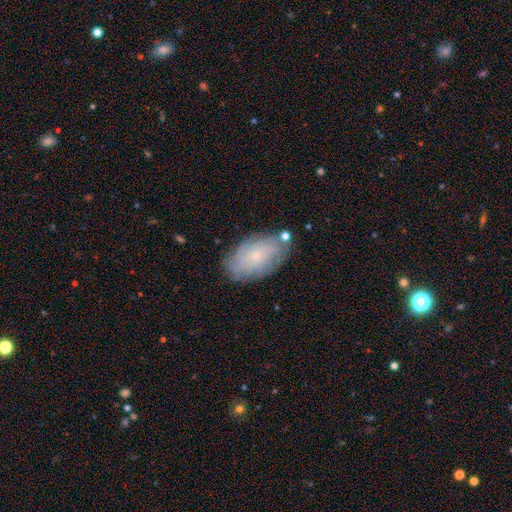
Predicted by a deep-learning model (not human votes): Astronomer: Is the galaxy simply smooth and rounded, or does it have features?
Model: featured or disk — 54% (runner-up: smooth, 37%).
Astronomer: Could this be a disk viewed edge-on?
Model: no — 94%.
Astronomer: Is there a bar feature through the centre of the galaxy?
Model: no — 83%.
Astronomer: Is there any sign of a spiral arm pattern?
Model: yes — 77%.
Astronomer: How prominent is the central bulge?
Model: small — 81%.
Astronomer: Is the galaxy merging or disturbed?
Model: none — 76%.